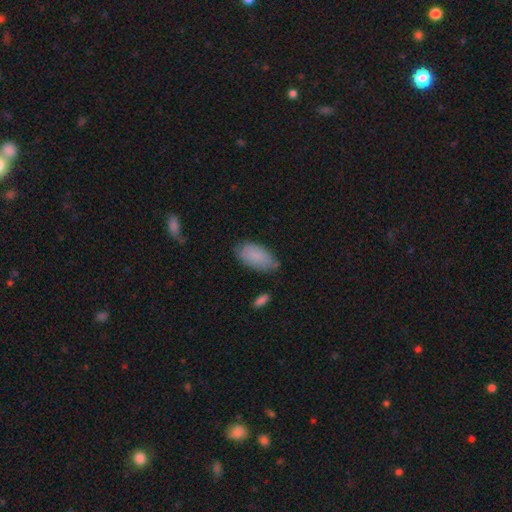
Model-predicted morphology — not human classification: type=smooth (84%); roundness=in between (93%); merging=none (69%).